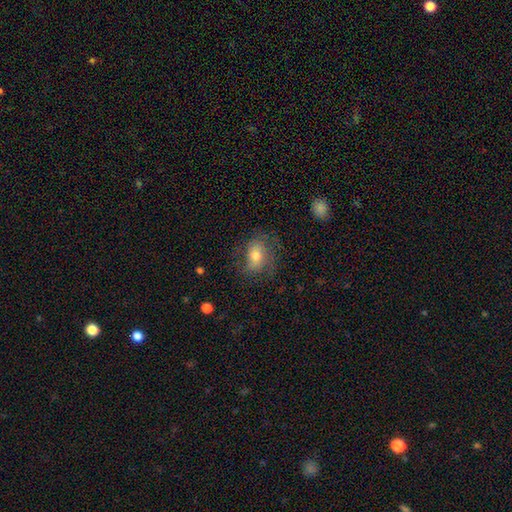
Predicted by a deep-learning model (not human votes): Q: Smooth or featured?
A: smooth (51%); runner-up: featured or disk (39%)
Q: How rounded?
A: in between (66%); runner-up: round (33%)
Q: Merging?
A: none (61%); runner-up: minor disturbance (22%)